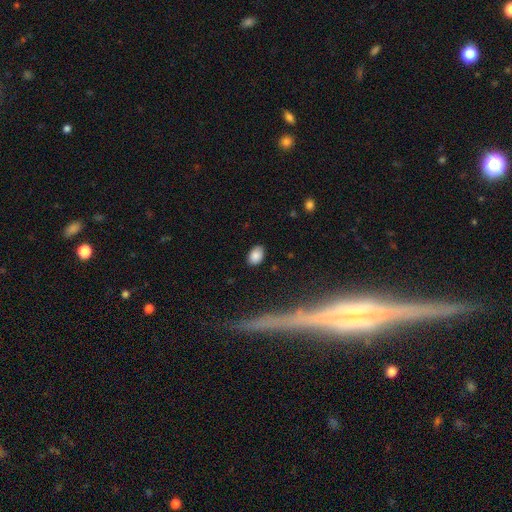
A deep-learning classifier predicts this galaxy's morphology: The model was most divided on "merging": none: 85%, minor disturbance: 11%, major disturbance: 3%, merger: 1%. More confident: how rounded — in between (87%); smooth or featured — smooth (85%).